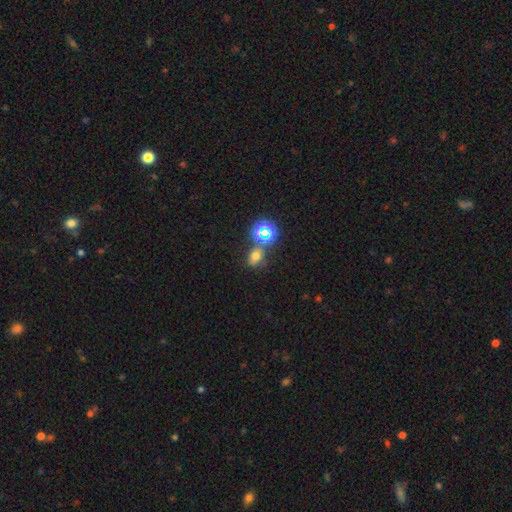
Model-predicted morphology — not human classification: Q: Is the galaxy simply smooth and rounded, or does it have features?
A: smooth — 53%.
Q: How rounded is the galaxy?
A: in between — 57%.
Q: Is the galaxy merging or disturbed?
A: none — 60%.